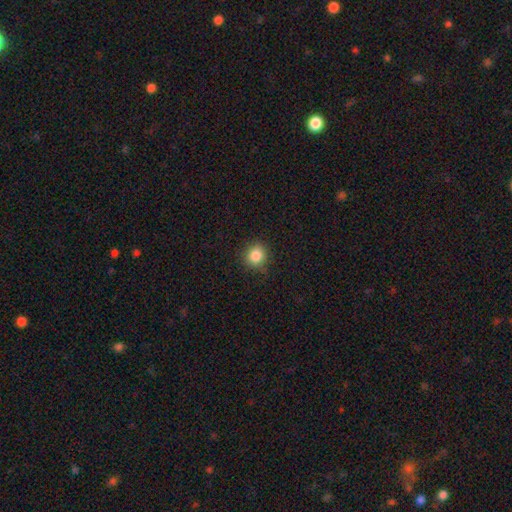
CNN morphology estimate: This is clearly a smooth galaxy (84%). How rounded: clearly round (88%). Merging: clearly none (84%).